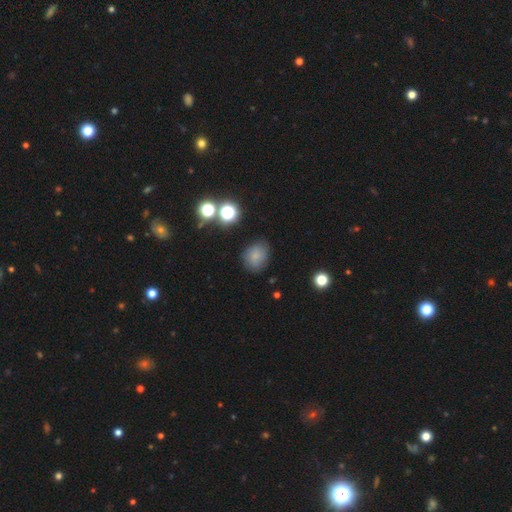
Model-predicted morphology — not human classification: The model was most divided on "how rounded": round: 57%, in between: 42%, cigar-shaped: 1%. More confident: smooth or featured — smooth (75%); merging — none (74%).